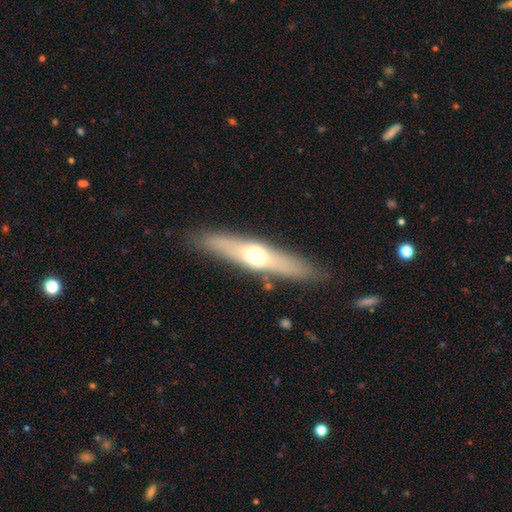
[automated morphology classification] smooth_or_featured: featured or disk (p=0.48) [alt: smooth p=0.45]
merging: none (p=0.86) [alt: minor disturbance p=0.09]